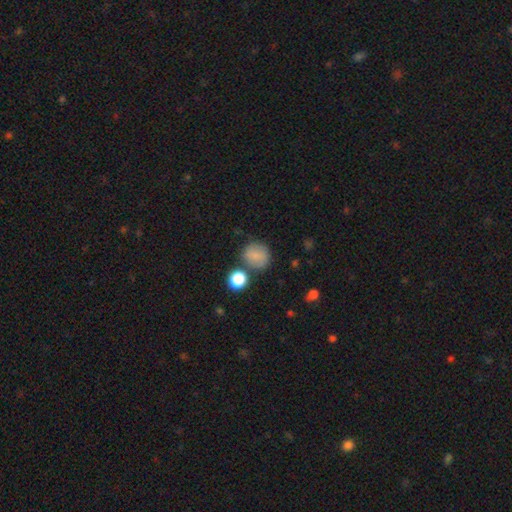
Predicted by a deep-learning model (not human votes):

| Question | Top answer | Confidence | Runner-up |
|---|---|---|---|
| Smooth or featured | smooth | 82% | star or artifact (11%) |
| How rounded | round | 86% | in between (13%) |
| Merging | none | 72% | minor disturbance (14%) |